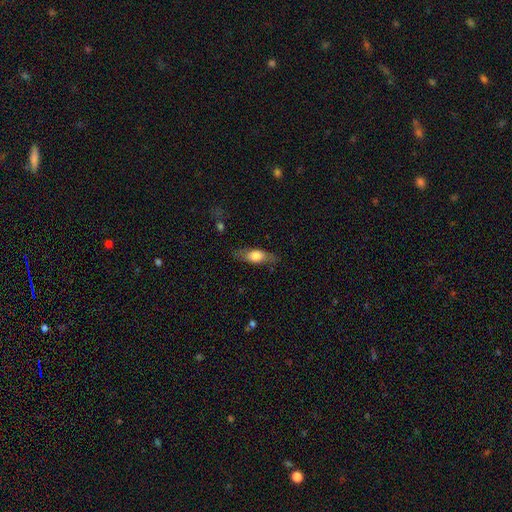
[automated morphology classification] The model was most divided on "smooth or featured": smooth: 63%, featured or disk: 30%, star or artifact: 6%. More confident: merging — none (77%); how rounded — in between (65%).